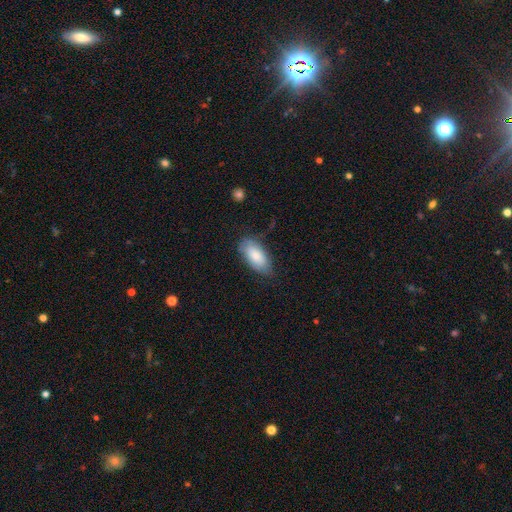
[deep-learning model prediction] This appears to be a smooth galaxy with no disk features (81%) that is in between round and cigar-shaped (92%). Merging: none (71%).